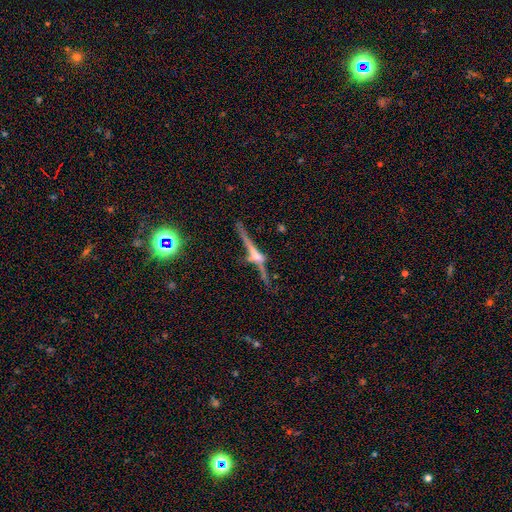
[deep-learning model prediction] smooth-or-featured: featured or disk: 73% | smooth: 14% | star or artifact: 13%
  disk-edge-on: yes: 92% | no: 8%
    edge-on-bulge: rounded: 73% | none: 16% | boxy: 12%
  merging: none: 65% | minor disturbance: 15% | merger: 11% | major disturbance: 9%